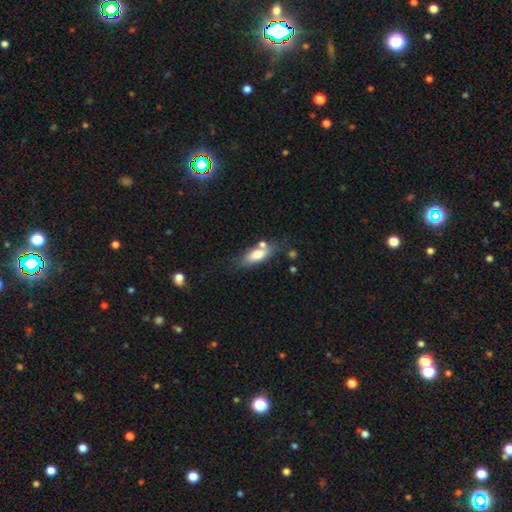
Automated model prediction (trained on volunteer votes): smooth 72%, featured or disk 20%, star or artifact 8%. Down the decision tree: how rounded — in between (71%); merging — none (58%).